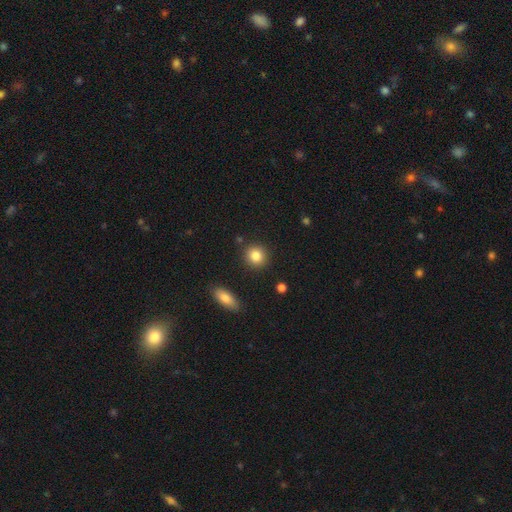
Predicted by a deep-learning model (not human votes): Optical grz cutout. It shows a smooth galaxy with no disk features (85%) that is round (86%). Merging: none (88%).